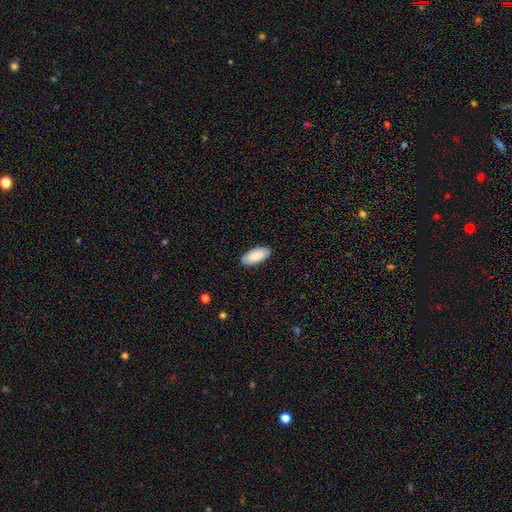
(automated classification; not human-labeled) Q: Smooth or featured?
A: smooth (88%); runner-up: featured or disk (7%)
Q: How rounded?
A: in between (92%); runner-up: cigar-shaped (6%)
Q: Merging?
A: none (88%); runner-up: minor disturbance (9%)